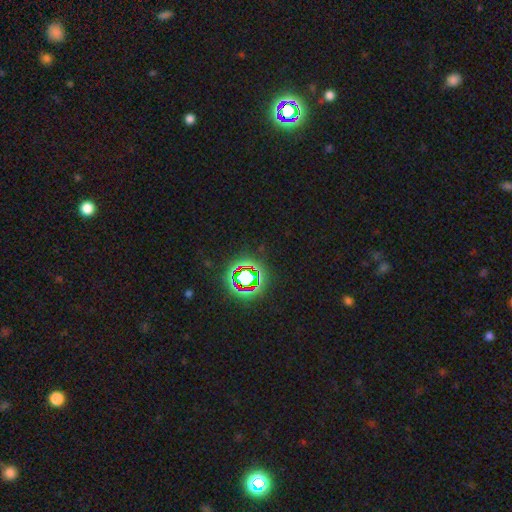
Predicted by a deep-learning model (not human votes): The model was most divided on "smooth or featured": star or artifact: 79%, smooth: 13%, featured or disk: 9%.